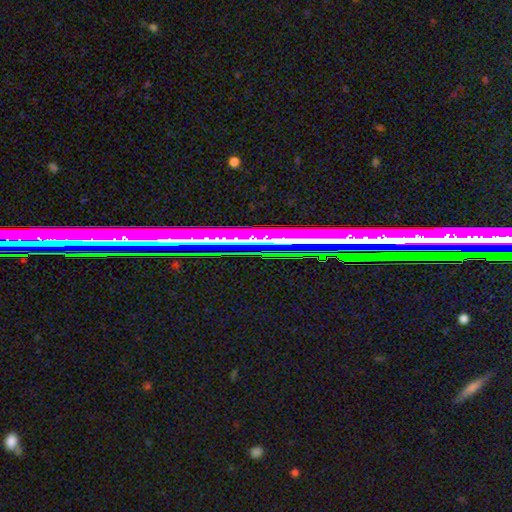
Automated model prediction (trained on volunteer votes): Q: Smooth or featured?
A: star or artifact (58%); runner-up: featured or disk (30%)